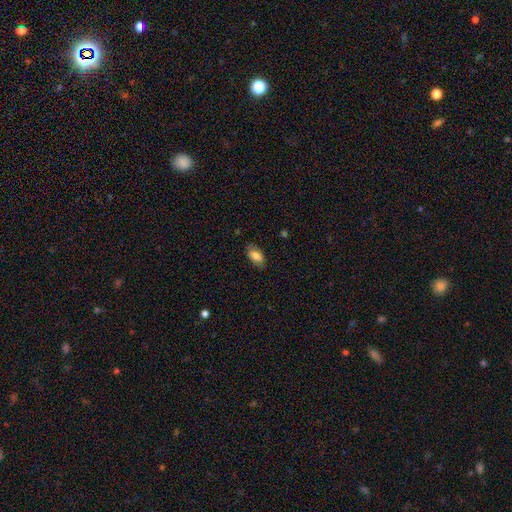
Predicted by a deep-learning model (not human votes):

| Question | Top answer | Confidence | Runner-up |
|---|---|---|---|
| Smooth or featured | smooth | 82% | featured or disk (11%) |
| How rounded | in between | 91% | round (5%) |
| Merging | none | 76% | minor disturbance (18%) |